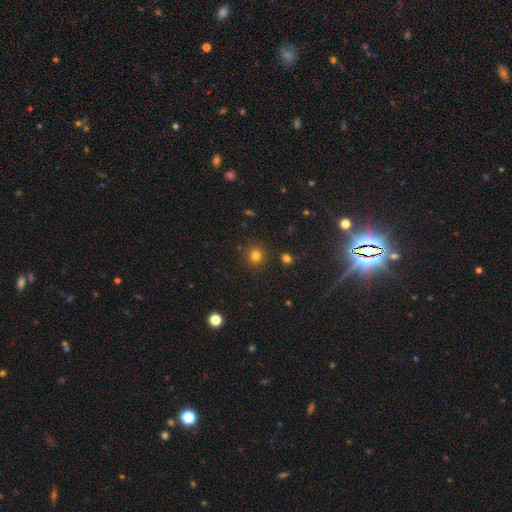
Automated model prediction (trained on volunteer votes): A smooth galaxy with no disk features (80%) that is round (92%).

Vote fractions:
- Smooth or featured? smooth: 80% / star or artifact: 15% / featured or disk: 5%
- How rounded? round: 92% / in between: 7% / cigar-shaped: 1%
- Merging? none: 88% / minor disturbance: 7% / merger: 3% / major disturbance: 2%